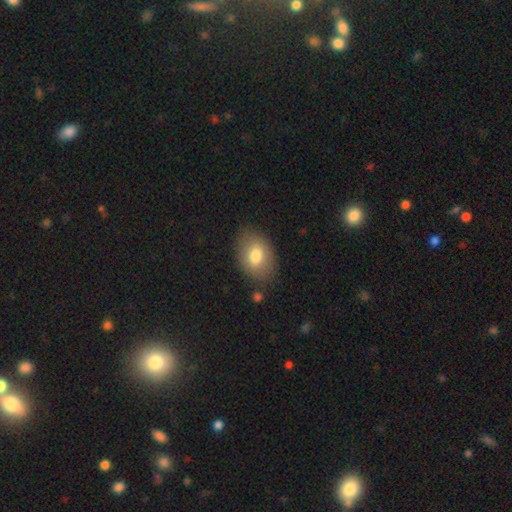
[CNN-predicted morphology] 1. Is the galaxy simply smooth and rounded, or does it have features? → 76% smooth, 16% featured or disk, 8% star or artifact.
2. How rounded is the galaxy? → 79% in between, 20% round, 1% cigar-shaped.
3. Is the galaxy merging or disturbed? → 79% none, 14% minor disturbance, 4% major disturbance, 3% merger.